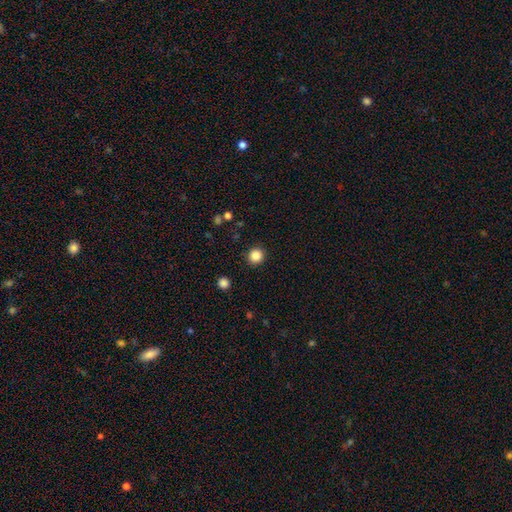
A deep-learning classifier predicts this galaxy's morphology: smooth 86%, star or artifact 11%, featured or disk 3%. Down the decision tree: how rounded — round (93%); merging — none (91%).